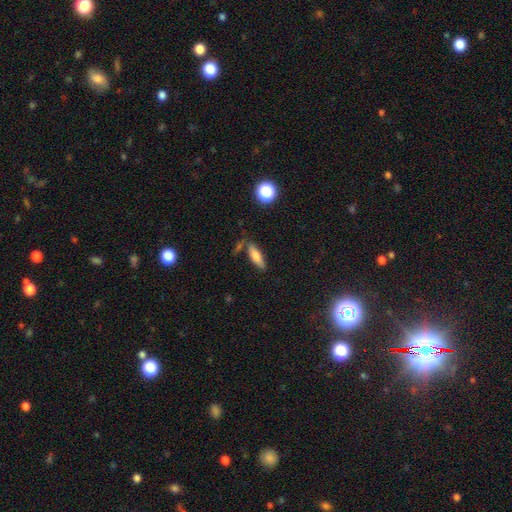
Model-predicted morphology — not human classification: A smooth galaxy with no disk features (72%) that is cigar-shaped (56%). Merging: none (73%).